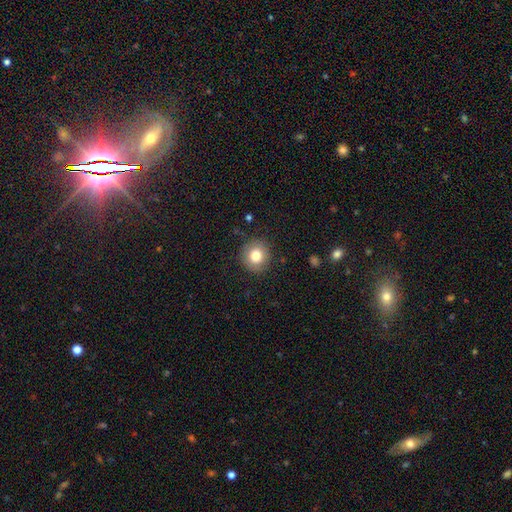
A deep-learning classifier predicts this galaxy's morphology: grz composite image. It shows a smooth galaxy with no disk features (81%) that is round (90%). Merging: none (88%).